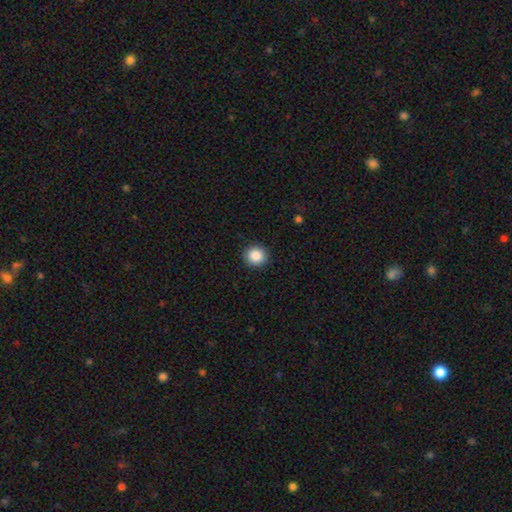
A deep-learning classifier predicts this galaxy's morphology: Smooth or featured: smooth — 88% (star or artifact — 9%)
How rounded: round — 90% (in between — 9%)
Merging: none — 91% (minor disturbance — 6%)